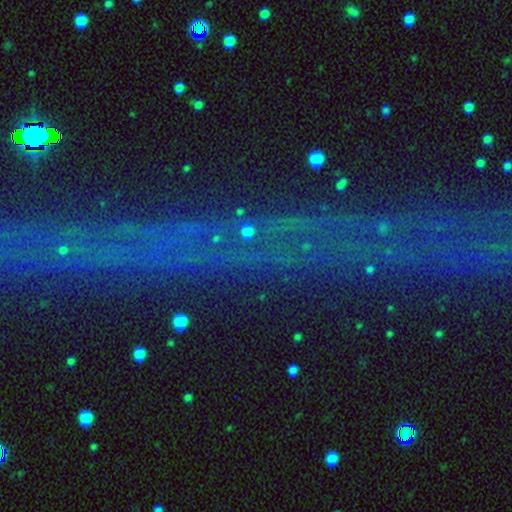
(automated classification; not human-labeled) Morphology: type=star or artifact (71%).